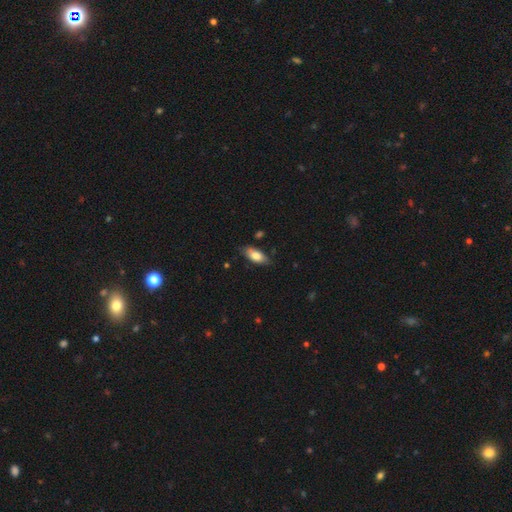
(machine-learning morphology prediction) Q: Smooth or featured?
A: smooth (77%); runner-up: featured or disk (17%)
Q: How rounded?
A: in between (84%); runner-up: cigar-shaped (14%)
Q: Merging?
A: none (77%); runner-up: minor disturbance (18%)